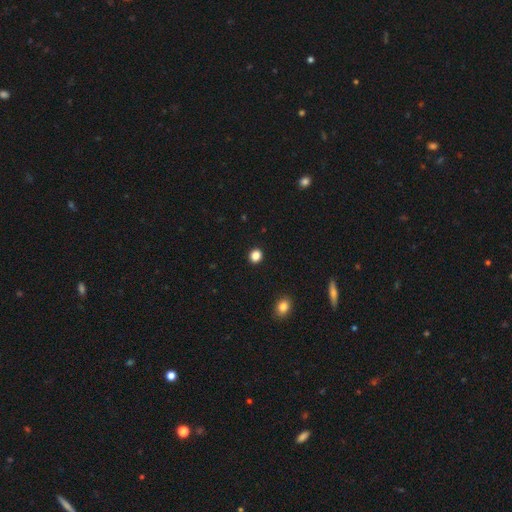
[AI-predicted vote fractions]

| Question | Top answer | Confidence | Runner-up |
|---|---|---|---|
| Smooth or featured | smooth | 85% | star or artifact (12%) |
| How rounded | round | 85% | in between (14%) |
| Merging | none | 93% | minor disturbance (4%) |